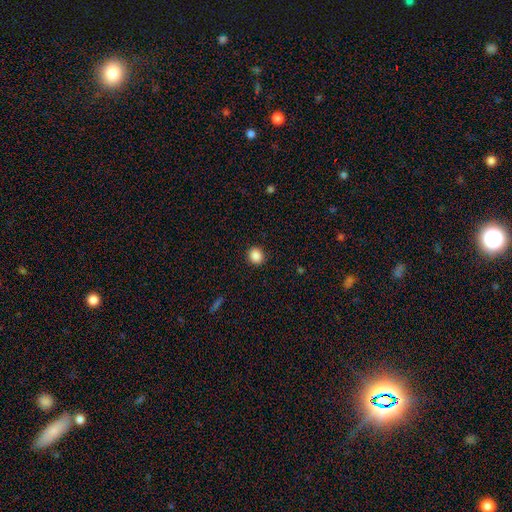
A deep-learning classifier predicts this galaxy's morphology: Smooth or featured: smooth — 88% (star or artifact — 9%)
How rounded: round — 79% (in between — 20%)
Merging: none — 91% (minor disturbance — 6%)